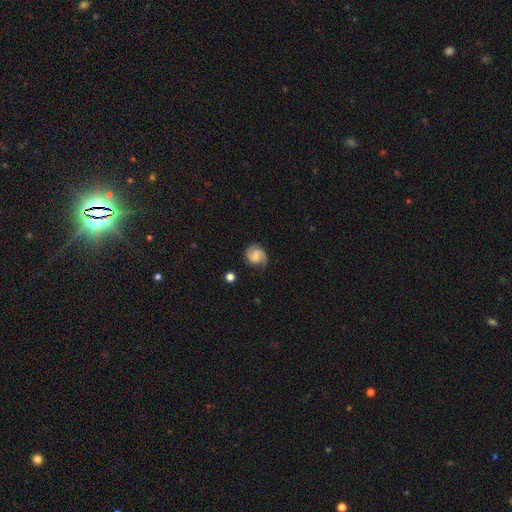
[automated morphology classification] type=featured or disk (73%); edge-on=no (98%); bar=weak (47%); spiral arms=yes (96%); winding=medium (48%); arm count=2 (88%); bulge=none (37%); merging=none (78%).